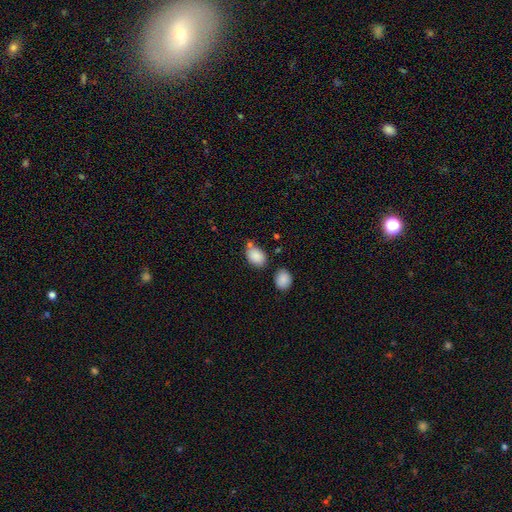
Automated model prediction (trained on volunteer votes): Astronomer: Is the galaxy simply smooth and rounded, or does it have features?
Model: smooth — 87%.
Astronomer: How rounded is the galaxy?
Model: in between — 78%.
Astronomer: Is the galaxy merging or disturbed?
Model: none — 60%.